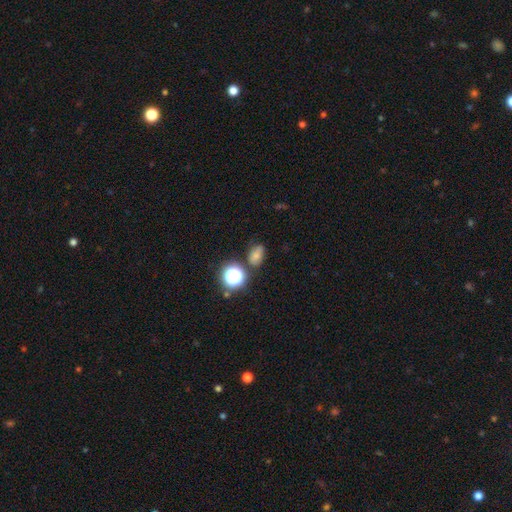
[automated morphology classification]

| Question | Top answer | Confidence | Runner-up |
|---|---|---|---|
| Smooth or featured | smooth | 67% | star or artifact (22%) |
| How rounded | in between | 68% | round (31%) |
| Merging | none | 69% | minor disturbance (19%) |